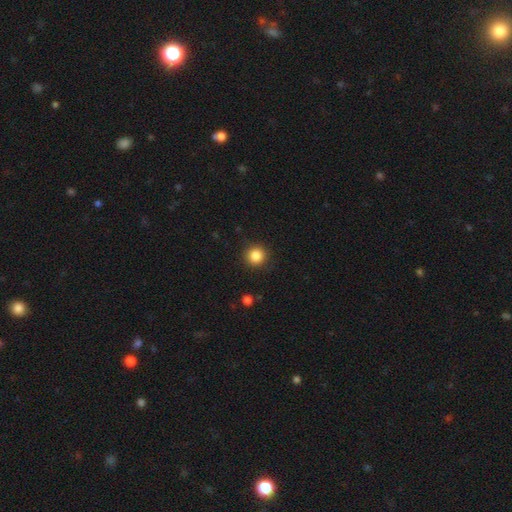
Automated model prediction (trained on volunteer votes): This appears to be a smooth galaxy with no disk features (85%) that is round (94%). Merging: none (91%).